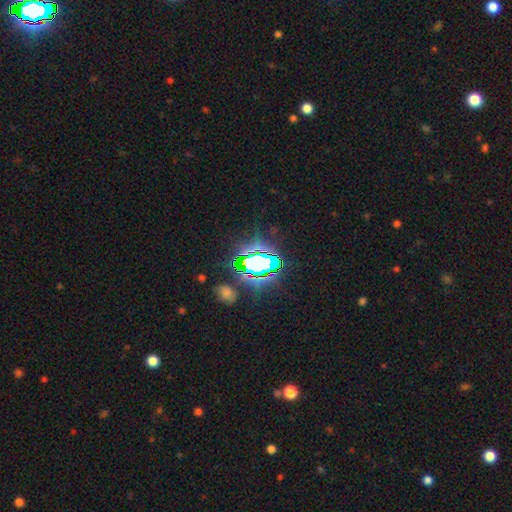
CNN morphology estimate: Smooth or featured?
  - star or artifact: 77% *
  - smooth: 14%
  - featured or disk: 10%